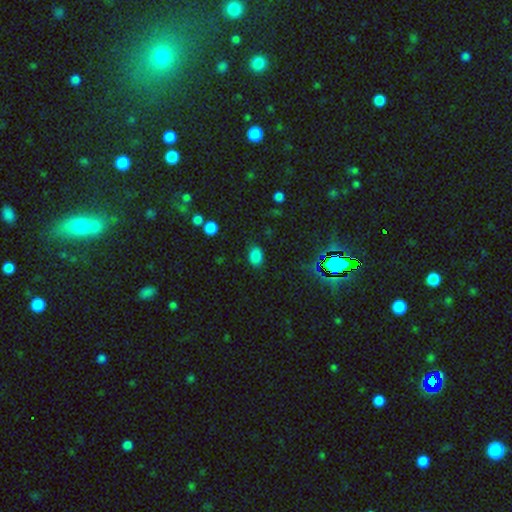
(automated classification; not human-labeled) Smooth or featured? Predicted: smooth (p=0.81). How rounded? Predicted: in between (p=0.72). Merging? Predicted: none (p=0.78).